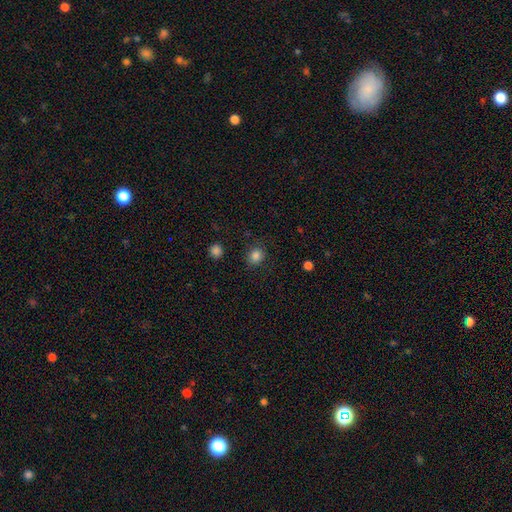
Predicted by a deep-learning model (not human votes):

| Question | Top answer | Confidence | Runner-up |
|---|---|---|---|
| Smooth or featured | smooth | 85% | star or artifact (11%) |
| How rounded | round | 73% | in between (26%) |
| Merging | none | 85% | minor disturbance (10%) |